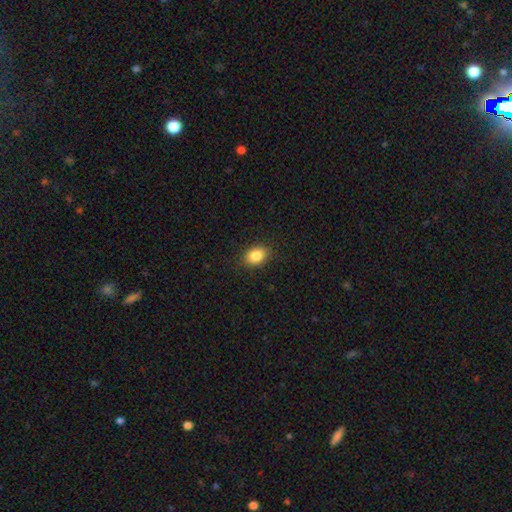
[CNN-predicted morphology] Smooth or featured? Predicted: smooth (p=0.86). How rounded? Predicted: in between (p=0.73). Merging? Predicted: none (p=0.88).